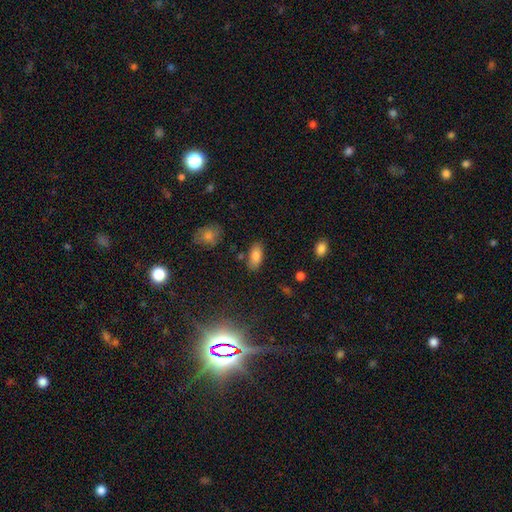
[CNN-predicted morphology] A smooth galaxy with no disk features (84%) that is in between round and cigar-shaped (91%).

Vote fractions:
- Smooth or featured? smooth: 84% / star or artifact: 8% / featured or disk: 8%
- How rounded? in between: 91% / cigar-shaped: 6% / round: 3%
- Merging? none: 80% / minor disturbance: 13% / merger: 4% / major disturbance: 3%